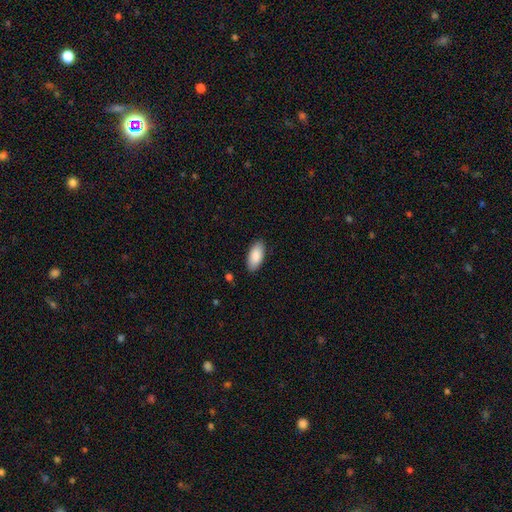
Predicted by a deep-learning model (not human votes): Smooth or featured: smooth — 90% (star or artifact — 6%)
How rounded: in between — 93% (cigar-shaped — 5%)
Merging: none — 87% (minor disturbance — 10%)